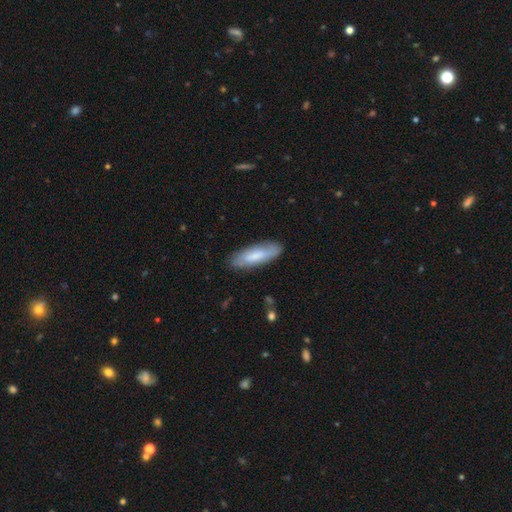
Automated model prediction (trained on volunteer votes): This is likely a smooth galaxy (69%). How rounded: possibly in between (52%). Merging: clearly none (84%).